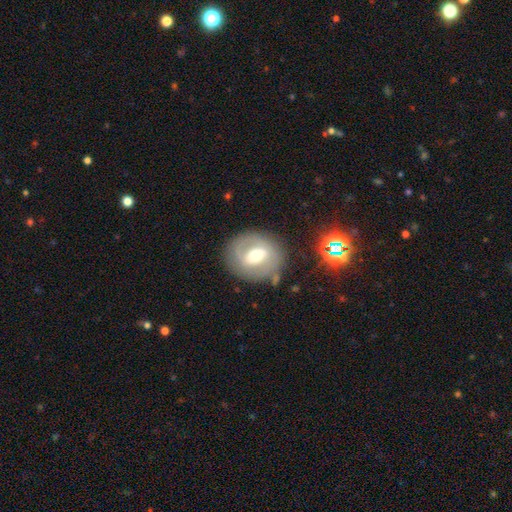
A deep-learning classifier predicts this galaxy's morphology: Q: Smooth or featured?
A: featured or disk (62%); runner-up: smooth (30%)
Q: Edge-on disk?
A: no (95%); runner-up: yes (5%)
Q: Bar?
A: weak (46%); runner-up: strong (34%)
Q: Spiral arms?
A: yes (59%); runner-up: no (41%)
Q: Bulge size?
A: moderate (66%); runner-up: small (24%)
Q: Merging?
A: none (78%); runner-up: minor disturbance (13%)